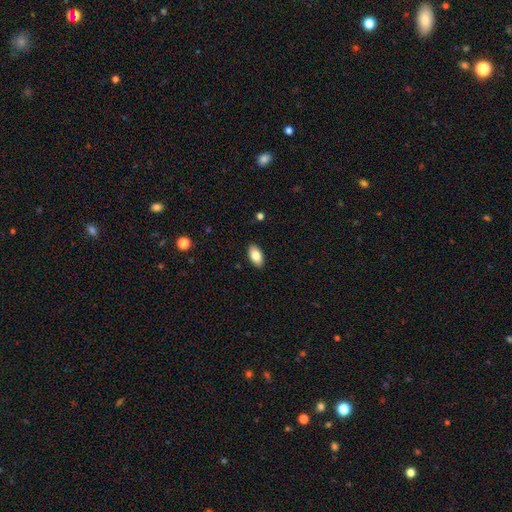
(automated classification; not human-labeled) smooth-or-featured: smooth: 85% | featured or disk: 8% | star or artifact: 7%
  how-rounded: in between: 94% | round: 3% | cigar-shaped: 3%
  merging: none: 89% | minor disturbance: 8% | major disturbance: 2% | merger: 1%